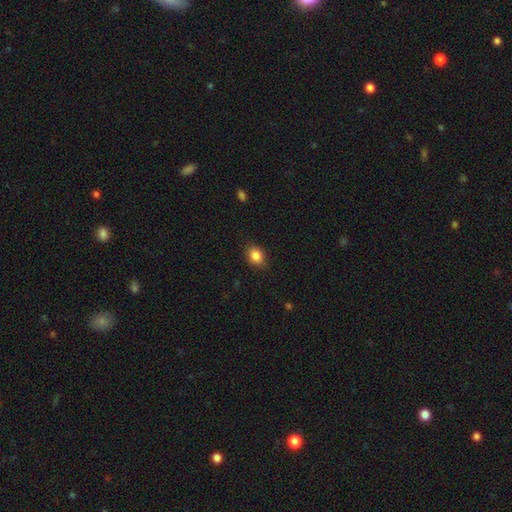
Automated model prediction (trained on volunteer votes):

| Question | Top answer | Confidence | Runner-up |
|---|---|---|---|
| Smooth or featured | smooth | 86% | star or artifact (9%) |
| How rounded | in between | 59% | round (40%) |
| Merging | none | 82% | minor disturbance (14%) |